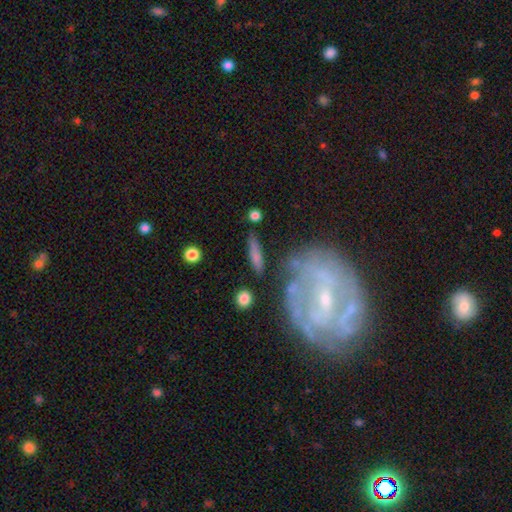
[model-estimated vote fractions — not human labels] This is likely a smooth galaxy (66%). How rounded: likely cigar-shaped (75%). Merging: likely none (75%).